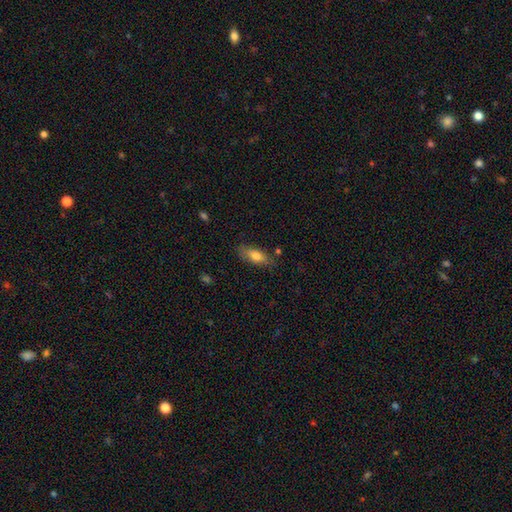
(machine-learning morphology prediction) This appears to be a smooth galaxy with no disk features (78%) that is in between round and cigar-shaped (79%). Merging: none (75%).